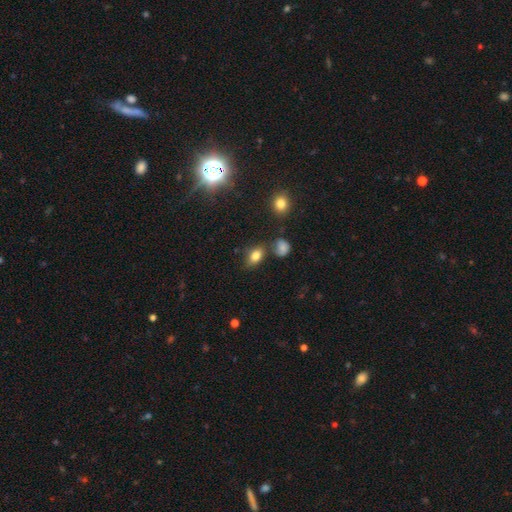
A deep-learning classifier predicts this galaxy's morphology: type=smooth (82%); roundness=in between (83%); merging=none (72%).